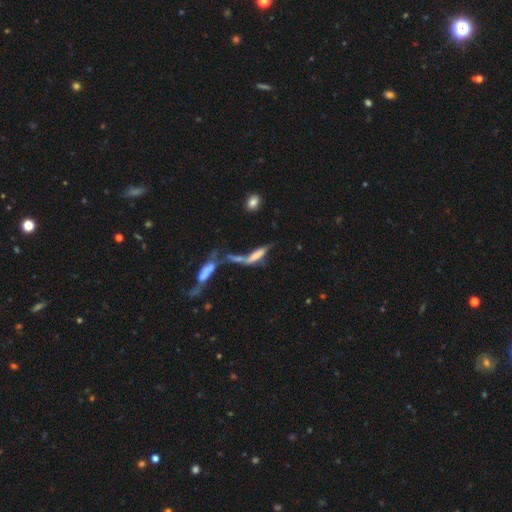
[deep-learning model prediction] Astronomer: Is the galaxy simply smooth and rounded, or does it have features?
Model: smooth — 48% (runner-up: featured or disk, 38%).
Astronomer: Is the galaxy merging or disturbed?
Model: merger — 62%.